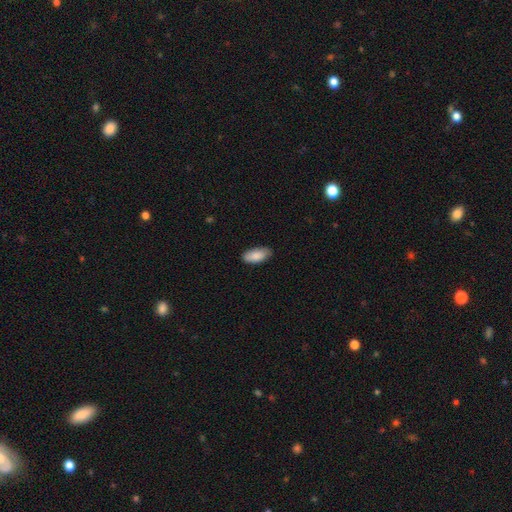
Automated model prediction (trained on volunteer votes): This is clearly a smooth galaxy (87%). How rounded: clearly in between (91%). Merging: clearly none (80%).